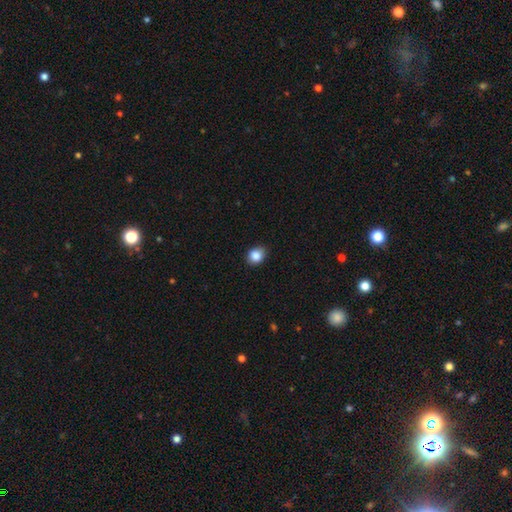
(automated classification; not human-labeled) smooth_or_featured: smooth (p=0.86) [alt: star or artifact p=0.09]
how_rounded: round (p=0.58) [alt: in between p=0.41]
merging: none (p=0.83) [alt: minor disturbance p=0.14]